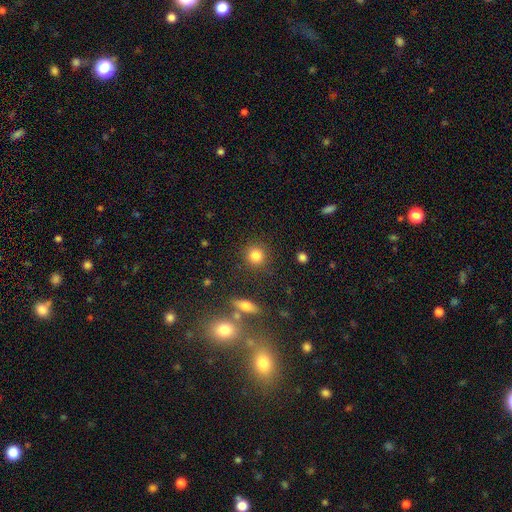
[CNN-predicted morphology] smooth-or-featured: smooth: 83% | star or artifact: 11% | featured or disk: 6%
  how-rounded: round: 89% | in between: 9% | cigar-shaped: 1%
  merging: none: 85% | minor disturbance: 8% | merger: 4% | major disturbance: 3%